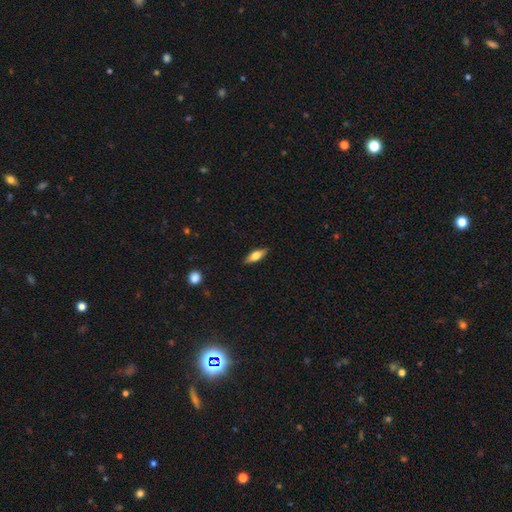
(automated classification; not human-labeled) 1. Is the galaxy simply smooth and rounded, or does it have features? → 65% smooth, 29% featured or disk, 6% star or artifact.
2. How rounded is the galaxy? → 59% in between, 38% cigar-shaped, 3% round.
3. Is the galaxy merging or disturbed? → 87% none, 10% minor disturbance, 2% major disturbance, 1% merger.